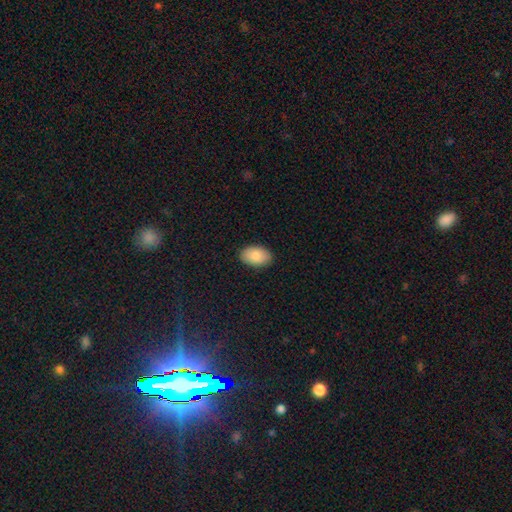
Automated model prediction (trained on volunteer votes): Smooth or featured?
  - smooth: 87% *
  - featured or disk: 7%
  - star or artifact: 6%
How rounded?
  - in between: 92% *
  - round: 7%
  - cigar-shaped: 1%
Merging?
  - none: 89% *
  - minor disturbance: 8%
  - major disturbance: 2%
  - merger: 1%